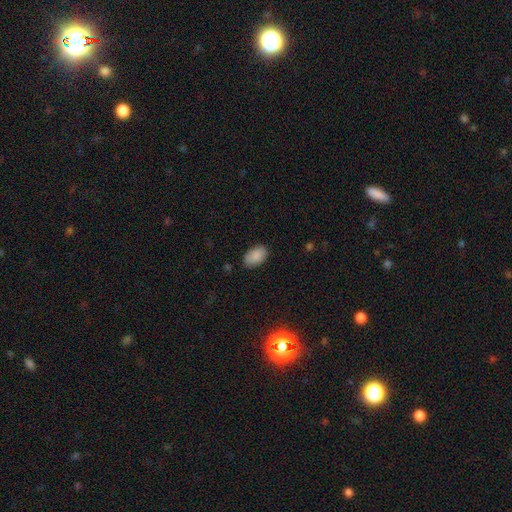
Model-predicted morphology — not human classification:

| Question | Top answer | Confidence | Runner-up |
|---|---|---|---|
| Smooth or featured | smooth | 88% | star or artifact (7%) |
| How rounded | in between | 92% | round (7%) |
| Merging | none | 80% | minor disturbance (16%) |